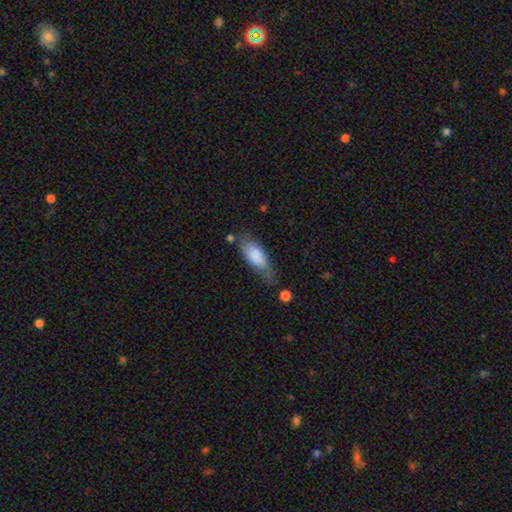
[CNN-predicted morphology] smooth_or_featured: smooth (p=0.82) [alt: featured or disk p=0.12]
how_rounded: in between (p=0.75) [alt: cigar-shaped p=0.23]
merging: none (p=0.52) [alt: minor disturbance p=0.30]